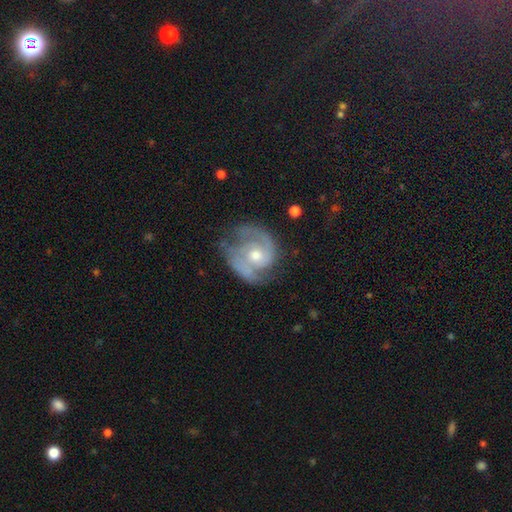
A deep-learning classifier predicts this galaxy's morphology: This is clearly a featured or disk galaxy (86%). It is clearly not viewed edge-on (98%). Bar: likely no (66%). Spiral arm pattern: clearly yes (96%). Spiral arm count: likely 2 (78%). Spiral winding: possibly medium (46%). Central bulge: likely moderate (65%). Merging: likely none (65%).